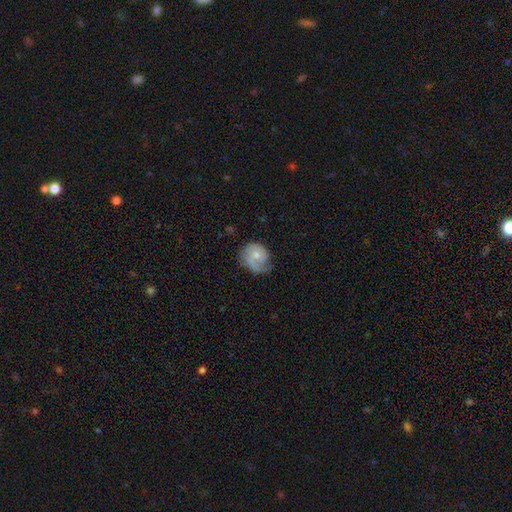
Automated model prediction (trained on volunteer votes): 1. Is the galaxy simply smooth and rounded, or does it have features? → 71% featured or disk, 23% smooth, 6% star or artifact.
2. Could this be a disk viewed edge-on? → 98% no, 2% yes.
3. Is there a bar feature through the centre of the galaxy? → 70% no, 26% weak, 4% strong.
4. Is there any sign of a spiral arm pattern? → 91% yes, 9% no.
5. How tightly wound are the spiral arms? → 42% tight, 39% medium, 19% loose.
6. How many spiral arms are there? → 44% 1, 41% 2, 10% can't tell, 3% 3, 1% 4, 1% more than 4.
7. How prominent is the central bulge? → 50% small, 44% moderate, 3% none, 2% large, 1% dominant.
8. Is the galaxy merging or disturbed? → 57% none, 26% minor disturbance, 15% major disturbance, 2% merger.